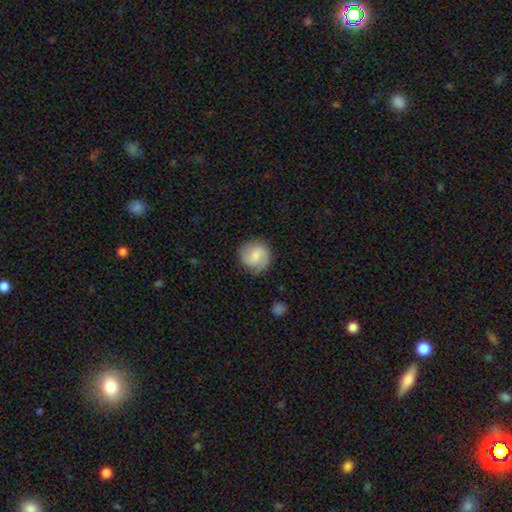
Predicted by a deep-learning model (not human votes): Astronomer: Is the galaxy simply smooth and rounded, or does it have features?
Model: smooth — 58% (runner-up: featured or disk, 35%).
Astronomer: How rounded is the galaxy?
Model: round — 90%.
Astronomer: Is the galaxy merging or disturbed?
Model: none — 81%.